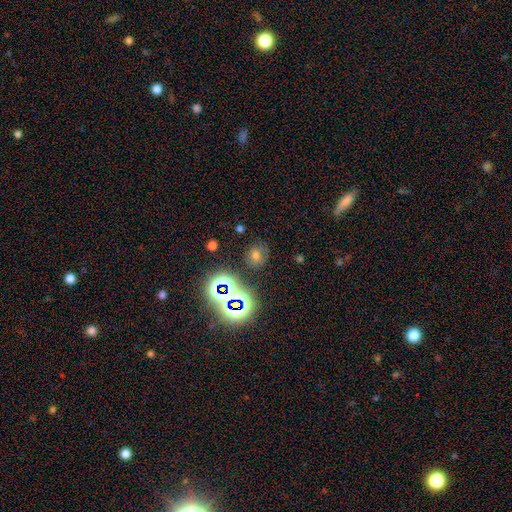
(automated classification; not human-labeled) This appears to be a smooth galaxy with no disk features (58%) that is round (75%). Merging: none (78%).